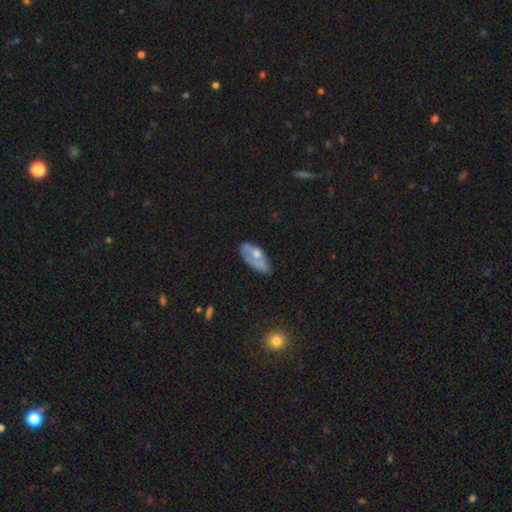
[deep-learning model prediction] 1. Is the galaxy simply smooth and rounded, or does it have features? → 54% smooth, 39% featured or disk, 7% star or artifact.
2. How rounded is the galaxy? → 87% in between, 9% cigar-shaped, 4% round.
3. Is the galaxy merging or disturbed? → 39% none, 35% minor disturbance, 21% major disturbance, 4% merger.